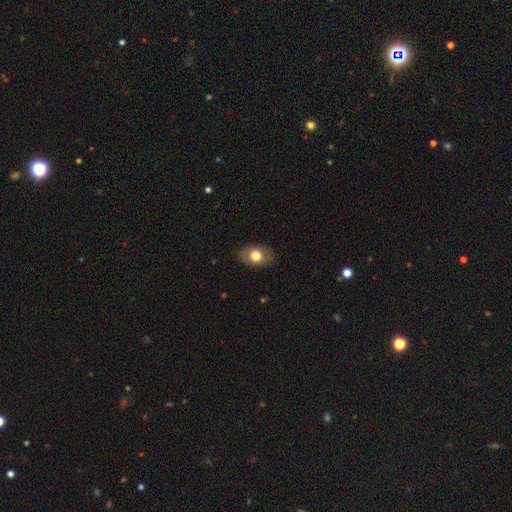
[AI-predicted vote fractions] This is likely a smooth galaxy (73%). How rounded: likely in between (78%). Merging: clearly none (84%).